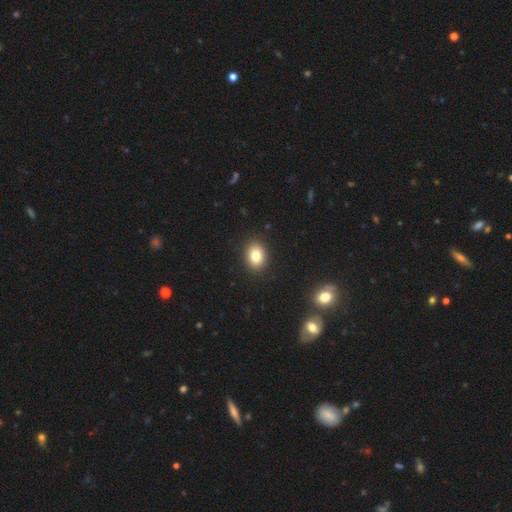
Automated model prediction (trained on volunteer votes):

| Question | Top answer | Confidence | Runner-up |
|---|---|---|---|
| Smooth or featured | smooth | 82% | star or artifact (10%) |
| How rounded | in between | 64% | round (35%) |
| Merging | none | 90% | minor disturbance (7%) |